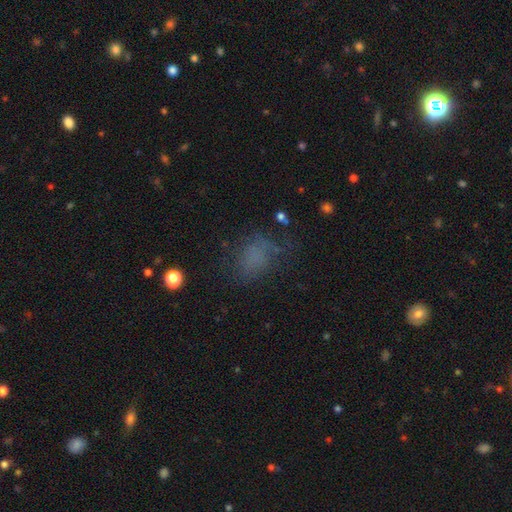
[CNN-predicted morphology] Smooth or featured: smooth — 62% (star or artifact — 22%)
How rounded: in between — 66% (round — 32%)
Merging: none — 54% (minor disturbance — 23%)